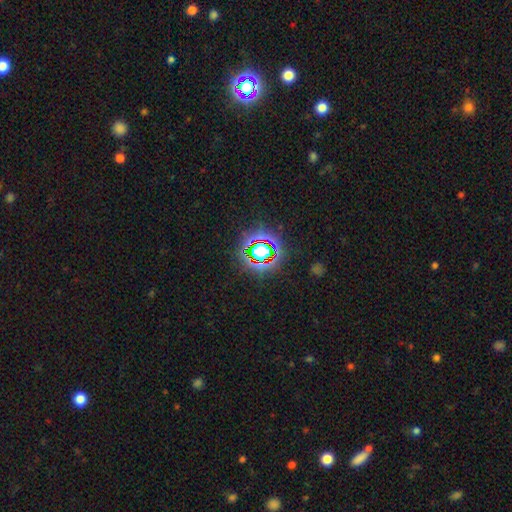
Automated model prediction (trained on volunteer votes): Smooth or featured? star or artifact (76%)